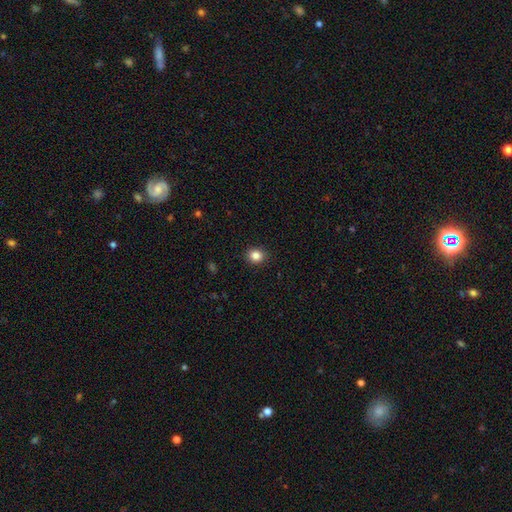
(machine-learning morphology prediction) type=smooth (85%); roundness=round (77%); merging=none (91%).